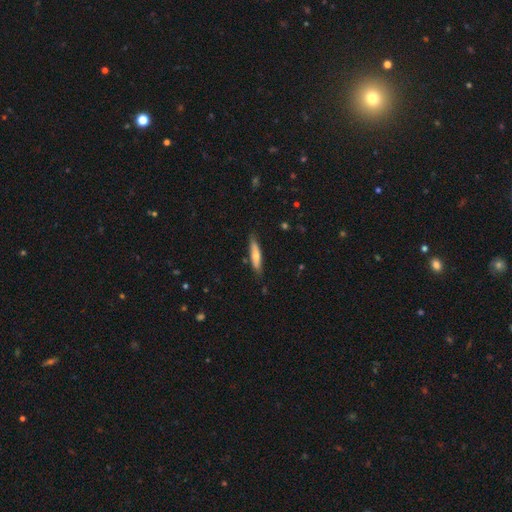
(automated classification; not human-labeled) Smooth or featured: smooth — 62% (featured or disk — 32%)
How rounded: cigar-shaped — 84% (in between — 15%)
Merging: none — 82% (minor disturbance — 14%)